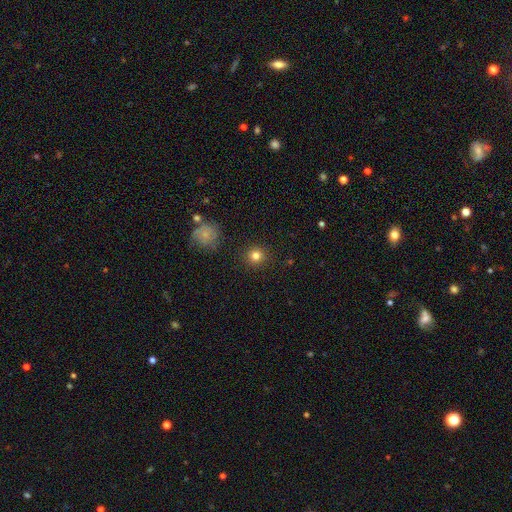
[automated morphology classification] smooth 81%, star or artifact 12%, featured or disk 7%. Down the decision tree: how rounded — round (94%); merging — none (90%).